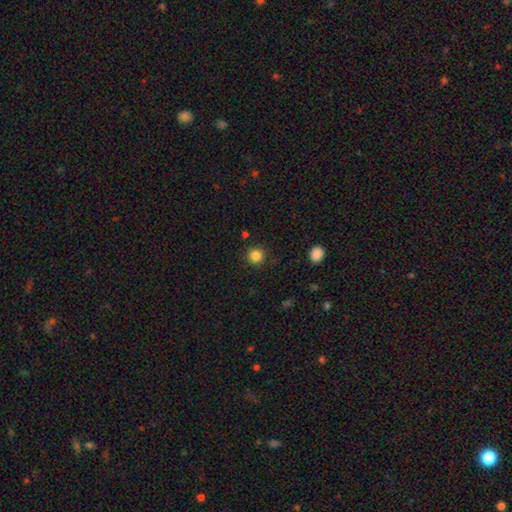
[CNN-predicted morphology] Q: Smooth or featured?
A: smooth (84%); runner-up: star or artifact (11%)
Q: How rounded?
A: round (94%); runner-up: in between (5%)
Q: Merging?
A: none (90%); runner-up: minor disturbance (6%)